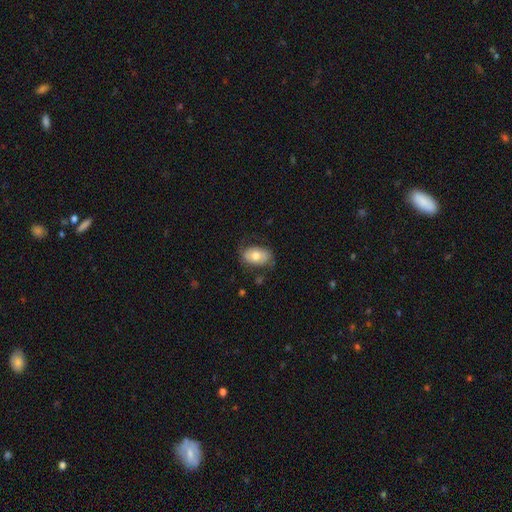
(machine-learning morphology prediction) smooth 61%, featured or disk 32%, star or artifact 7%. Down the decision tree: how rounded — in between (86%); merging — none (65%).